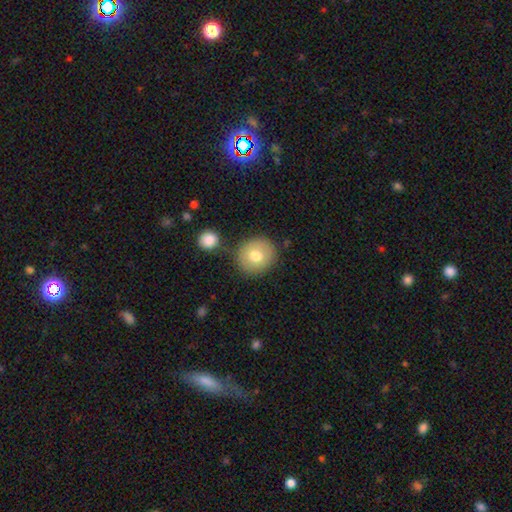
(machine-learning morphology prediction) Smooth or featured: smooth — 74% (featured or disk — 17%)
How rounded: round — 86% (in between — 13%)
Merging: none — 76% (minor disturbance — 11%)